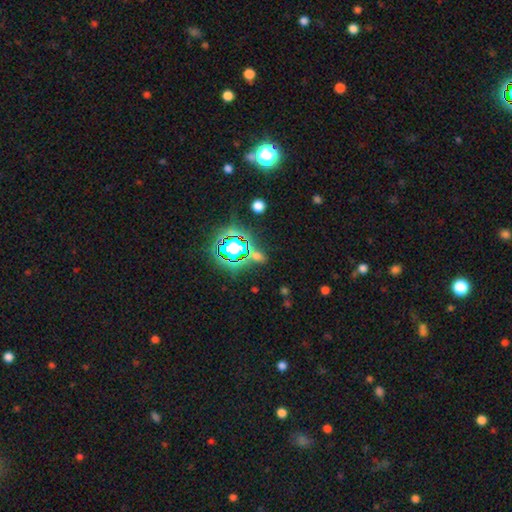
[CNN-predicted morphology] Smooth or featured: star or artifact — 54% (smooth — 36%)